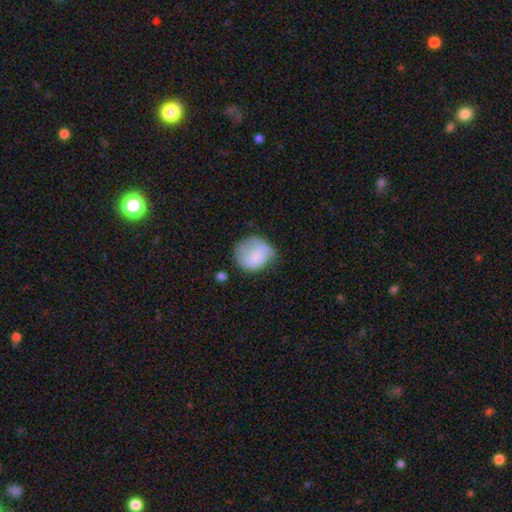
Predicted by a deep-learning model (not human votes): Smooth or featured?
  - smooth: 52% *
  - featured or disk: 41%
  - star or artifact: 8%
How rounded?
  - round: 74% *
  - in between: 25%
  - cigar-shaped: 1%
Merging?
  - none: 49% *
  - minor disturbance: 30%
  - major disturbance: 18%
  - merger: 3%